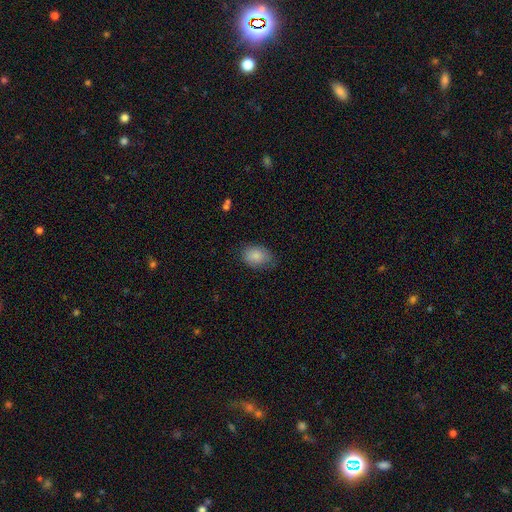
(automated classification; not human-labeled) The model was most divided on "merging": none: 72%, minor disturbance: 22%, major disturbance: 5%, merger: 1%. More confident: smooth or featured — smooth (85%); how rounded — in between (76%).